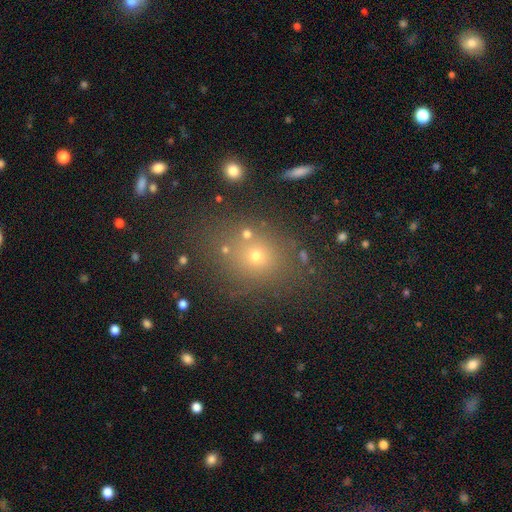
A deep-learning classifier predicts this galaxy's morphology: The model was most divided on "smooth or featured": smooth: 57%, star or artifact: 30%, featured or disk: 13%. More confident: merging — none (76%); how rounded — round (67%).